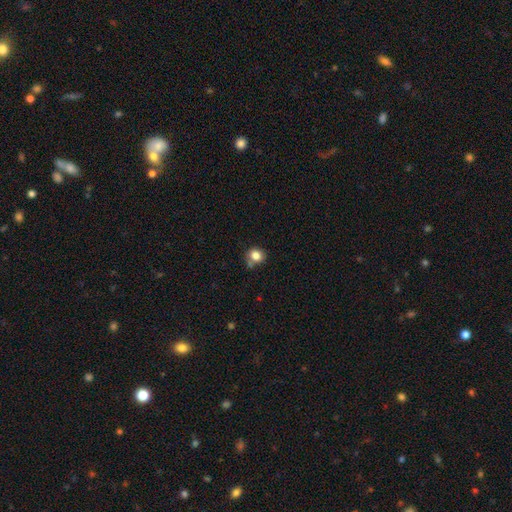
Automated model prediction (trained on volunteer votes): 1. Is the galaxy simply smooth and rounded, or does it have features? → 81% smooth, 11% star or artifact, 8% featured or disk.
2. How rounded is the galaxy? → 74% round, 26% in between, 1% cigar-shaped.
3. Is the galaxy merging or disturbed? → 60% none, 22% minor disturbance, 11% merger, 7% major disturbance.